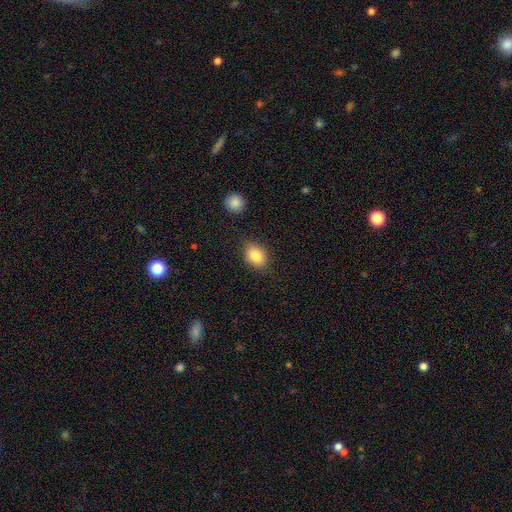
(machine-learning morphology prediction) A smooth galaxy with no disk features (84%) that is in between round and cigar-shaped (71%).

Vote fractions:
- Smooth or featured? smooth: 84% / featured or disk: 8% / star or artifact: 8%
- How rounded? in between: 71% / round: 27% / cigar-shaped: 1%
- Merging? none: 82% / minor disturbance: 12% / major disturbance: 3% / merger: 3%